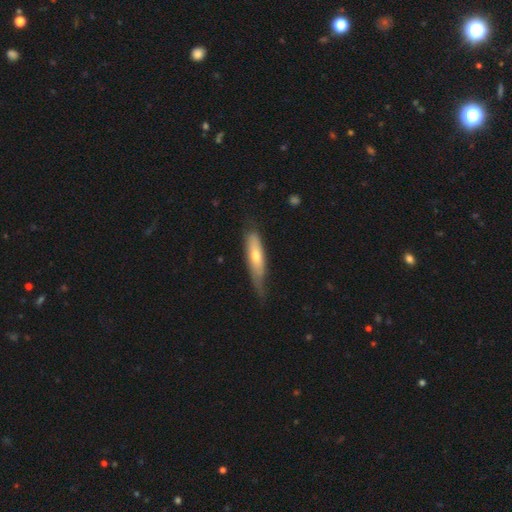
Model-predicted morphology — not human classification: smooth_or_featured: smooth (p=0.55) [alt: featured or disk p=0.39]
how_rounded: cigar-shaped (p=0.68) [alt: in between p=0.31]
merging: none (p=0.51) [alt: minor disturbance p=0.36]